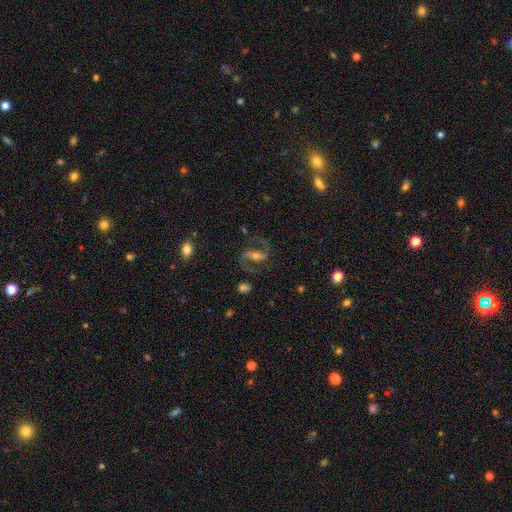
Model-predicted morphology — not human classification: This is clearly a featured or disk galaxy (86%). It is clearly not viewed edge-on (96%). Bar: possibly strong (55%). Spiral arm pattern: clearly yes (95%). Spiral arm count: clearly 2 (93%). Spiral winding: possibly medium (58%). Central bulge: possibly moderate (55%). Merging: likely none (76%).